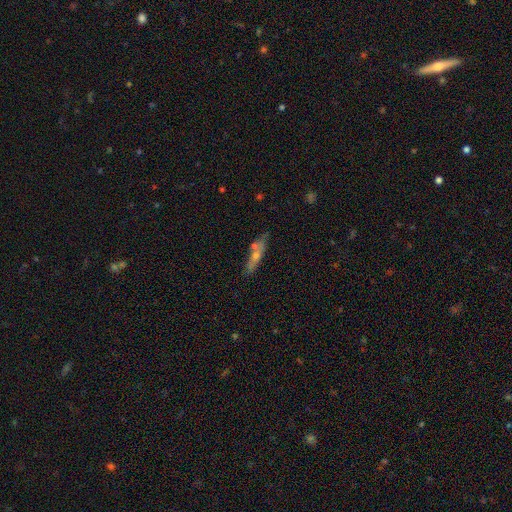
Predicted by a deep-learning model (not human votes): This appears to be a featured or disk galaxy (48%). Merging: none (70%).